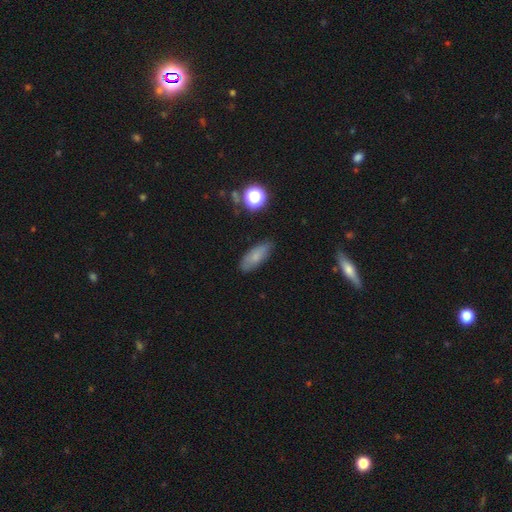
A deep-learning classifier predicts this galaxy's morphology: Smooth or featured? Predicted: smooth (p=0.76). How rounded? Predicted: in between (p=0.72). Merging? Predicted: none (p=0.79).